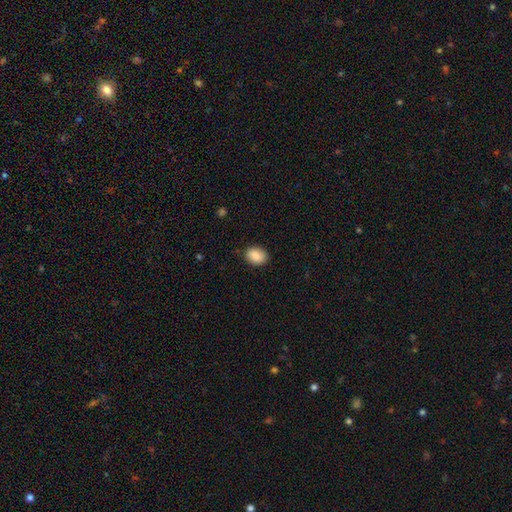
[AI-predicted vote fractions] This appears to be a smooth galaxy with no disk features (85%) that is in between round and cigar-shaped (65%). Merging: none (83%).